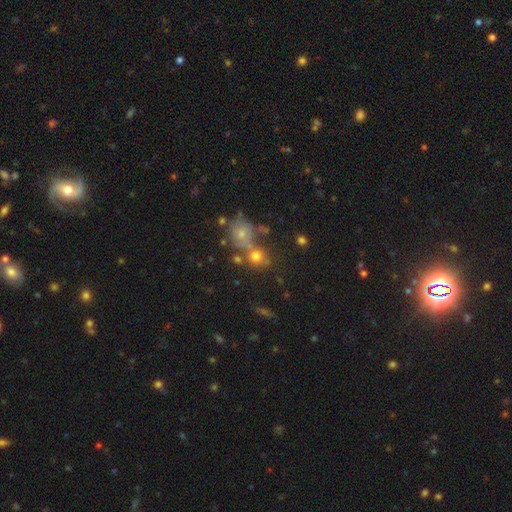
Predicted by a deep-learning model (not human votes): Smooth or featured? smooth (62%)
How rounded? round (80%)
Merging? none (52%)